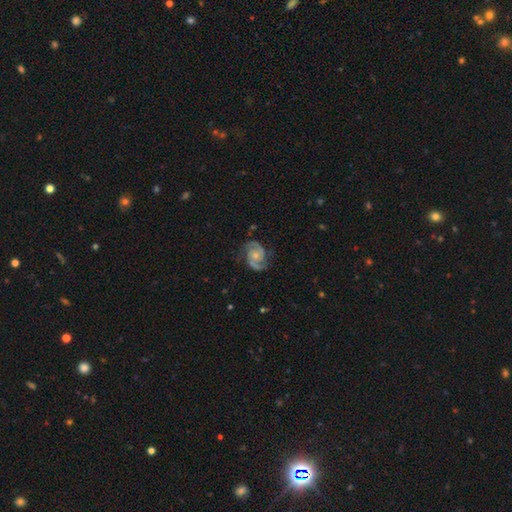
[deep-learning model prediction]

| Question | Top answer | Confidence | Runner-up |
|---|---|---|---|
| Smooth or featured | featured or disk | 90% | smooth (5%) |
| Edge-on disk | no | 98% | yes (2%) |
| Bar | no | 69% | weak (25%) |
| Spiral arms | yes | 98% | no (2%) |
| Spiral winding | medium | 56% | tight (32%) |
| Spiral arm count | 2 | 93% | 3 (2%) |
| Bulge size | small | 56% | moderate (38%) |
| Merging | none | 79% | minor disturbance (15%) |